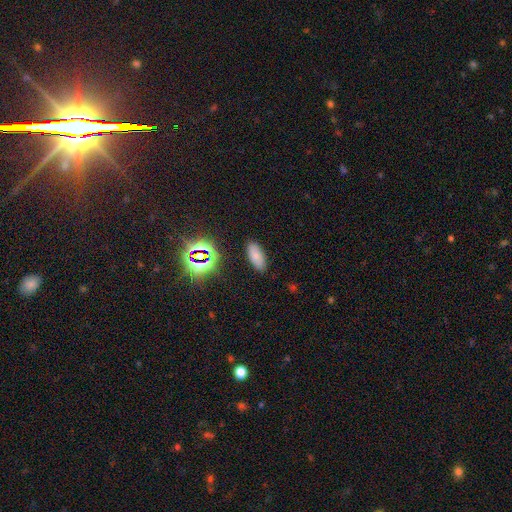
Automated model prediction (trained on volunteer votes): Smooth or featured?
  - smooth: 75% *
  - star or artifact: 17%
  - featured or disk: 9%
How rounded?
  - in between: 87% *
  - cigar-shaped: 10%
  - round: 3%
Merging?
  - none: 87% *
  - minor disturbance: 9%
  - major disturbance: 3%
  - merger: 2%